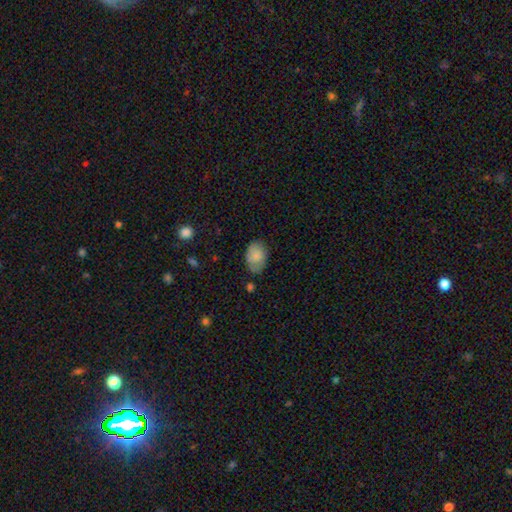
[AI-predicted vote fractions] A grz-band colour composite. It shows a smooth galaxy with no disk features (79%) that is in between round and cigar-shaped (84%). Merging: none (67%).